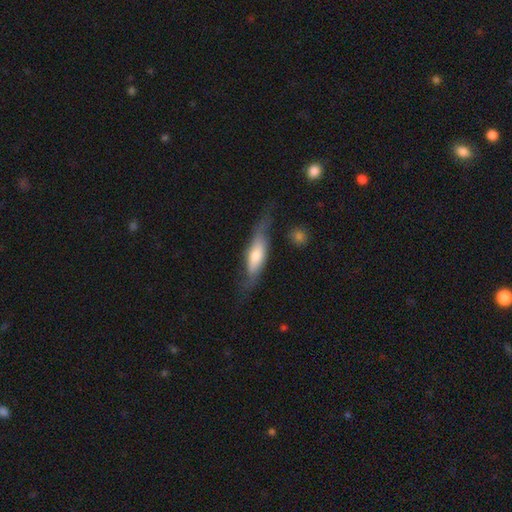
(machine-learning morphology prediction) This appears to be a featured or disk galaxy (51%) viewed edge-on (57%). Merging: none (56%).